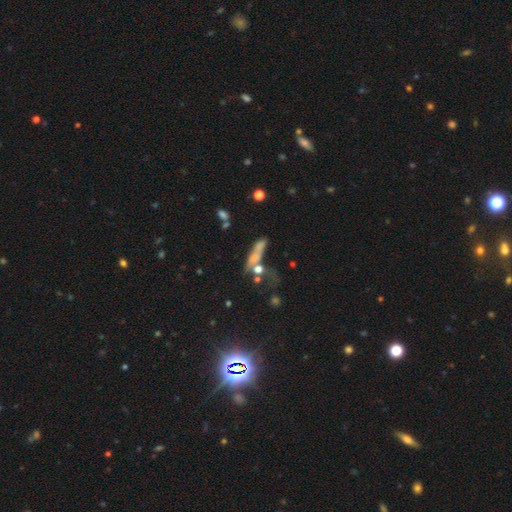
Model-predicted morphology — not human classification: Smooth or featured?
  - smooth: 53% *
  - featured or disk: 30%
  - star or artifact: 17%
How rounded?
  - cigar-shaped: 60% *
  - in between: 30%
  - round: 10%
Merging?
  - none: 32% *
  - merger: 29%
  - major disturbance: 22%
  - minor disturbance: 17%